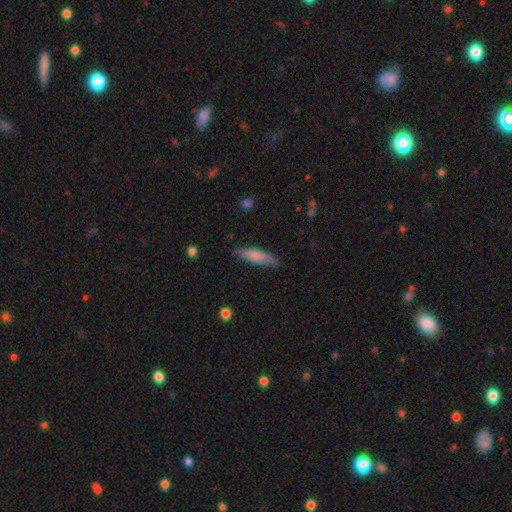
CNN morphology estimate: Smooth or featured?
  - smooth: 77% *
  - featured or disk: 17%
  - star or artifact: 6%
How rounded?
  - cigar-shaped: 71% *
  - in between: 28%
  - round: 2%
Merging?
  - none: 80% *
  - minor disturbance: 16%
  - major disturbance: 3%
  - merger: 1%